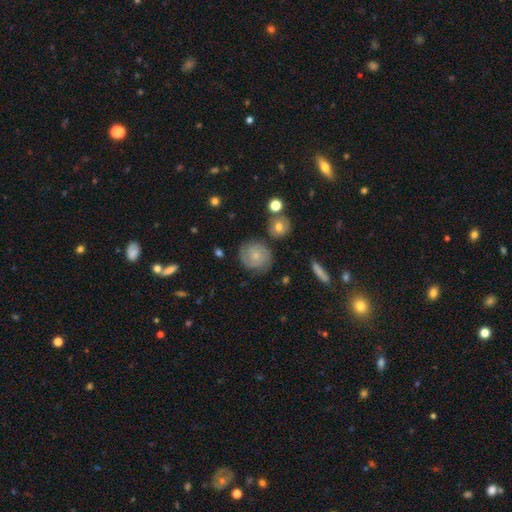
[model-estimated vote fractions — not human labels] A featured or disk galaxy (48%). Merging: none (73%).